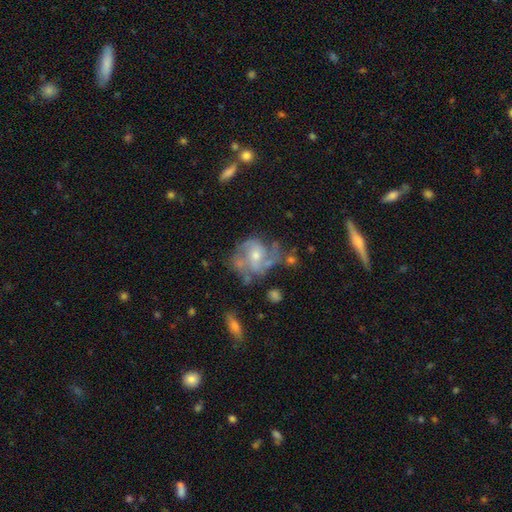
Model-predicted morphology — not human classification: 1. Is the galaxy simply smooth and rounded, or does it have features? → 76% featured or disk, 17% smooth, 7% star or artifact.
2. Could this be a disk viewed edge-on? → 98% no, 2% yes.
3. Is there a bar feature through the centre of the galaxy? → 62% no, 31% weak, 7% strong.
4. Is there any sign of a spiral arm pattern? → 83% yes, 17% no.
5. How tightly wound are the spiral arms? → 48% medium, 29% tight, 23% loose.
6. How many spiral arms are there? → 44% 2, 24% can't tell, 19% 3, 5% 1, 4% 4, 3% more than 4.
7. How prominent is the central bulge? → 57% moderate, 34% small, 5% large, 3% none, 1% dominant.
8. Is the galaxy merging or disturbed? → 47% none, 23% minor disturbance, 22% major disturbance, 8% merger.